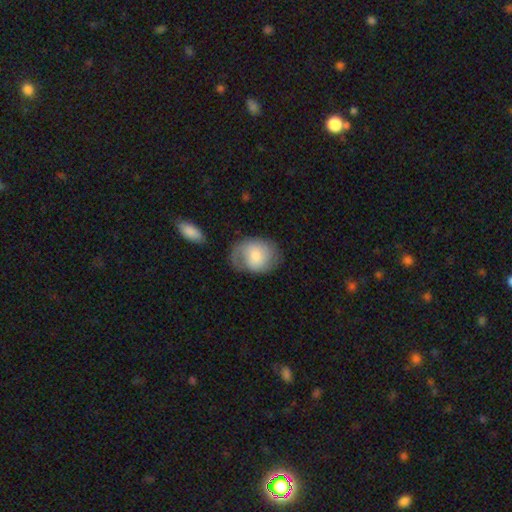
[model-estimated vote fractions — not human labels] This is possibly a smooth galaxy (59%). How rounded: possibly in between (50%). Merging: possibly none (55%).